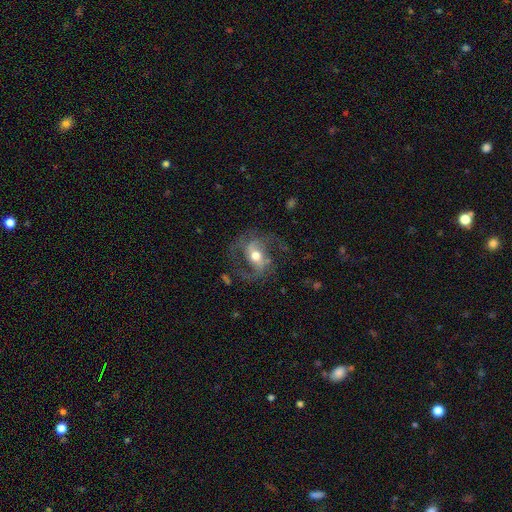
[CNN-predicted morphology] Smooth or featured?
  - featured or disk: 79% *
  - smooth: 14%
  - star or artifact: 7%
Edge-on disk?
  - no: 95% *
  - yes: 5%
Bar?
  - weak: 40% *
  - strong: 36%
  - no: 24%
Spiral arms?
  - yes: 88% *
  - no: 12%
Spiral winding?
  - medium: 50% *
  - loose: 35%
  - tight: 14%
Spiral arm count?
  - 2: 85% *
  - can't tell: 6%
  - 1: 4%
  - 3: 3%
  - 4: 1%
  - more than 4: 1%
Bulge size?
  - moderate: 71% *
  - large: 15%
  - small: 12%
  - dominant: 1%
  - none: 1%
Merging?
  - none: 63% *
  - minor disturbance: 18%
  - major disturbance: 17%
  - merger: 2%